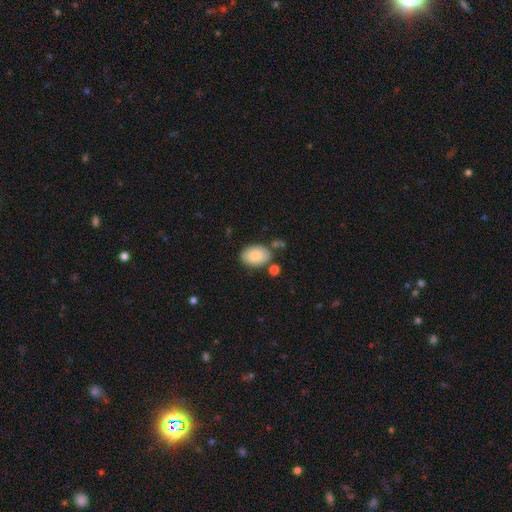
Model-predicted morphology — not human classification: A smooth galaxy with no disk features (86%) that is in between round and cigar-shaped (88%). Merging: none (75%).